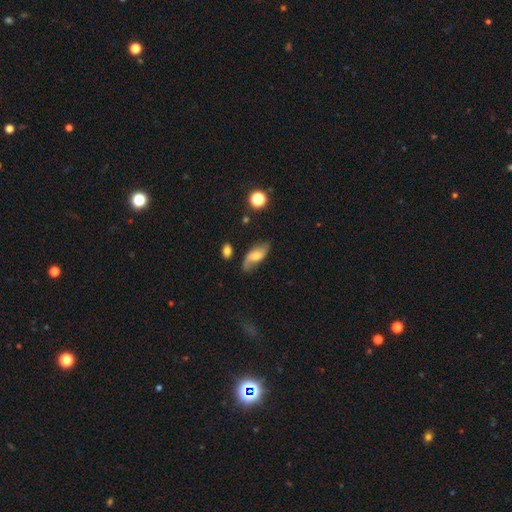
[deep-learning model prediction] Smooth or featured? Predicted: featured or disk (p=0.54). Edge-on disk? Predicted: no (p=0.87). Merging? Predicted: none (p=0.66).